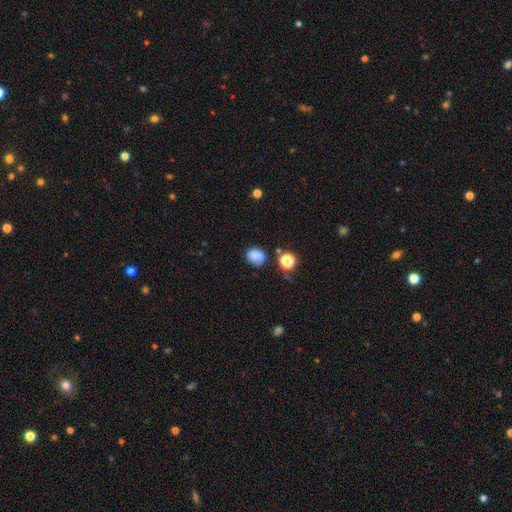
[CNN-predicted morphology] smooth 79%, star or artifact 13%, featured or disk 8%. Down the decision tree: how rounded — round (58%); merging — none (64%).